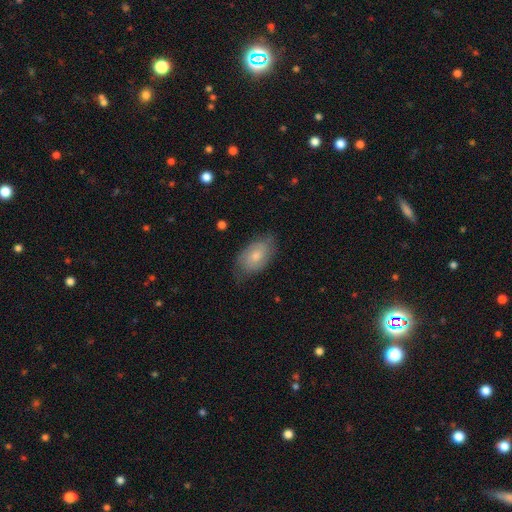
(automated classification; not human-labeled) The model was most divided on "smooth or featured": smooth: 55%, featured or disk: 39%, star or artifact: 6%. More confident: how rounded — in between (91%); merging — none (63%).